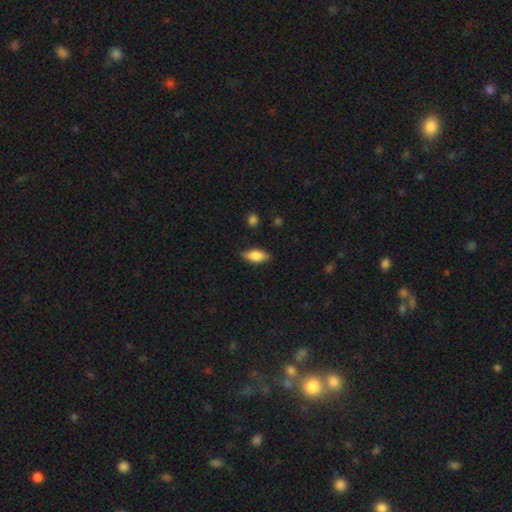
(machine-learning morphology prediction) The model was most divided on "merging": none: 82%, minor disturbance: 14%, major disturbance: 3%, merger: 1%. More confident: how rounded — in between (86%); smooth or featured — smooth (82%).